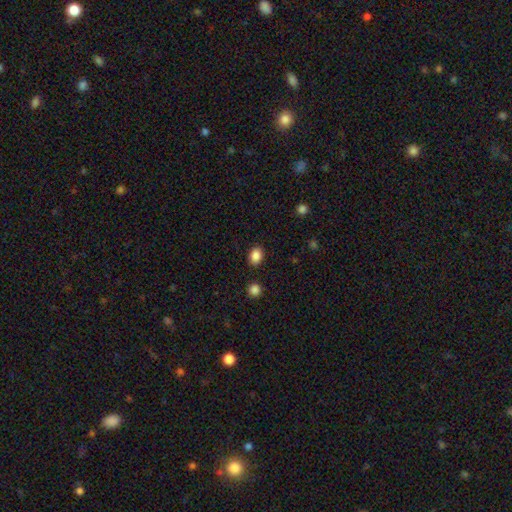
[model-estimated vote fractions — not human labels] A smooth galaxy with no disk features (87%) that is in between round and cigar-shaped (63%).

Vote fractions:
- Smooth or featured? smooth: 87% / star or artifact: 10% / featured or disk: 4%
- How rounded? in between: 63% / round: 36% / cigar-shaped: 1%
- Merging? none: 87% / minor disturbance: 8% / major disturbance: 2% / merger: 2%